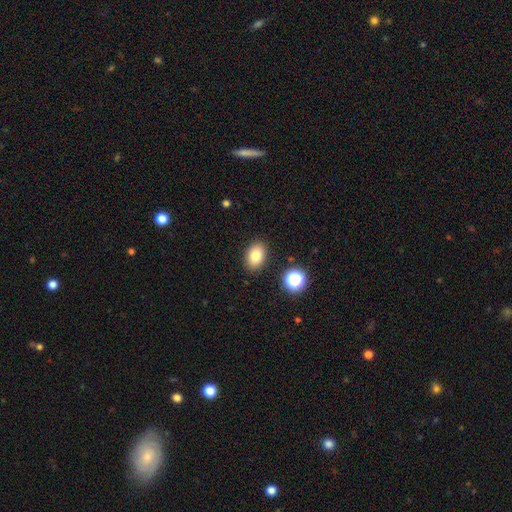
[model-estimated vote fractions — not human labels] The model was most divided on "how rounded": in between: 82%, round: 17%, cigar-shaped: 1%. More confident: merging — none (87%); smooth or featured — smooth (82%).